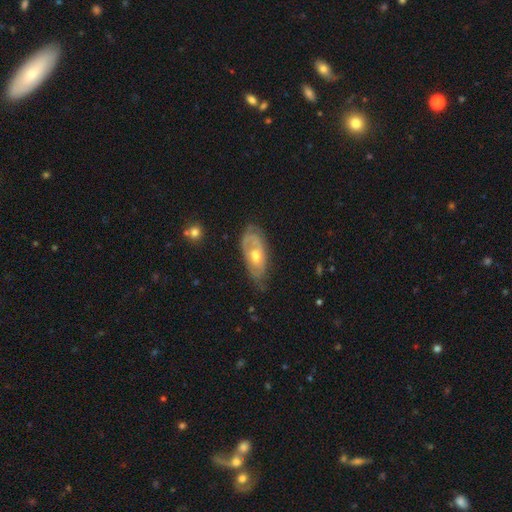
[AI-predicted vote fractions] Morphology: type=featured or disk (68%); edge-on=no (87%); bar=no (74%); spiral arms=yes (67%); bulge=moderate (69%); merging=none (58%).